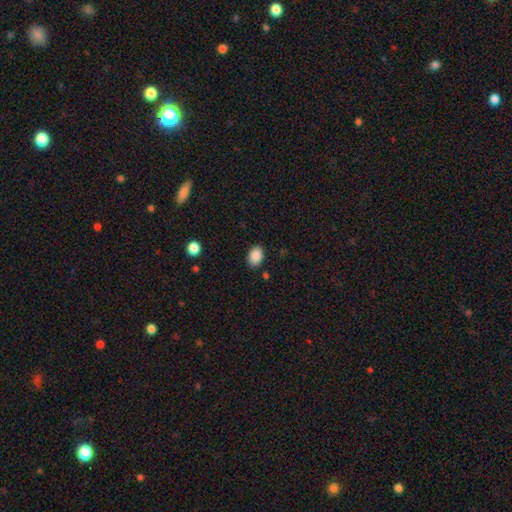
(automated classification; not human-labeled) This is clearly a smooth galaxy (88%). How rounded: likely in between (78%). Merging: clearly none (87%).